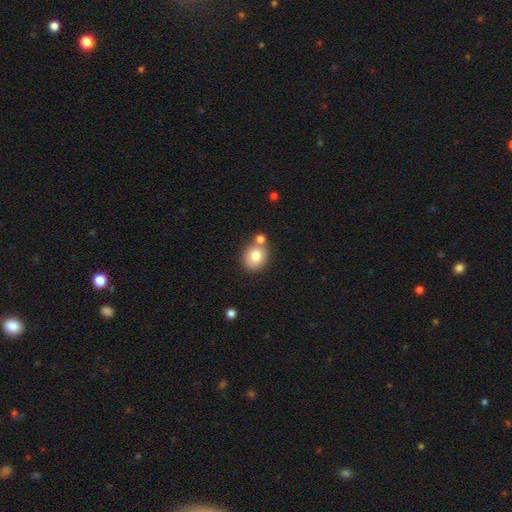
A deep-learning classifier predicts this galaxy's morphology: The model was most divided on "how rounded": round: 61%, in between: 38%, cigar-shaped: 1%. More confident: smooth or featured — smooth (79%); merging — none (65%).